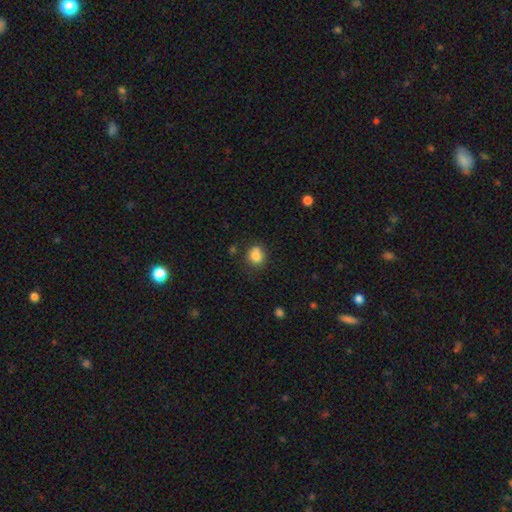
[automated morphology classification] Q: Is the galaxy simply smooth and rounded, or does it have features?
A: smooth — 80%.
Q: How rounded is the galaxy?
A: round — 75%.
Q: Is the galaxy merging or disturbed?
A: none — 64%.